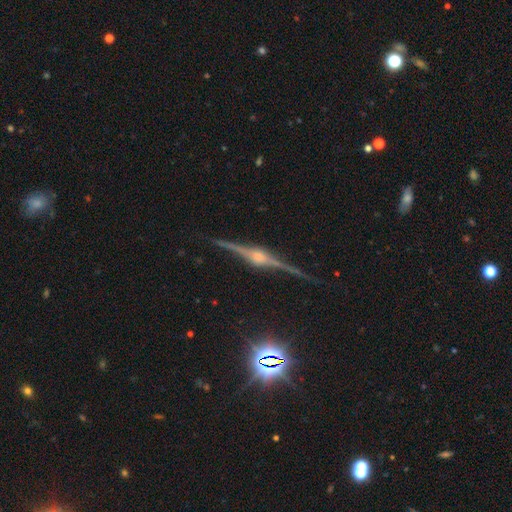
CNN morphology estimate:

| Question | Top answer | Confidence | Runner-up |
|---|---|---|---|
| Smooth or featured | featured or disk | 88% | star or artifact (7%) |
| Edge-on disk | yes | 98% | no (2%) |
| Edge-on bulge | rounded | 86% | boxy (11%) |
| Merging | none | 89% | minor disturbance (8%) |